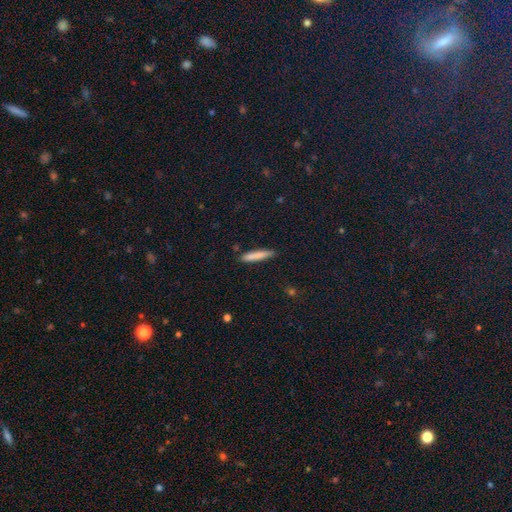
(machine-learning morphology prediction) A smooth galaxy with no disk features (80%) that is cigar-shaped (91%).

Vote fractions:
- Smooth or featured? smooth: 80% / featured or disk: 14% / star or artifact: 6%
- How rounded? cigar-shaped: 91% / in between: 8% / round: 1%
- Merging? none: 87% / minor disturbance: 9% / major disturbance: 2% / merger: 2%